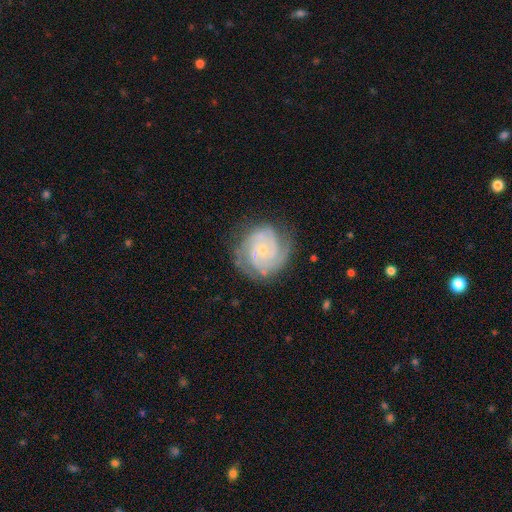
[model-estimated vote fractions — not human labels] A featured or disk galaxy (88%) with no bar (71%), 2 (38%) tight (72%) spiral arms (98%) and a small central bulge (79%). Merging: none (76%).